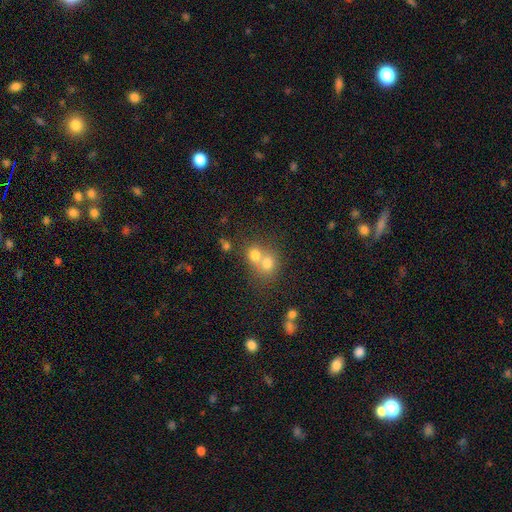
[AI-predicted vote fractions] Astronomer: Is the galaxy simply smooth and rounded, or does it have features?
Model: smooth — 69%.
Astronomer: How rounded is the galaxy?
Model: round — 75%.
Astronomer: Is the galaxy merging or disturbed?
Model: merger — 62%.